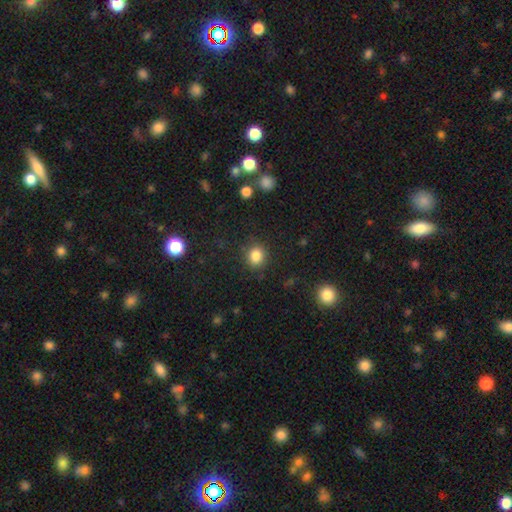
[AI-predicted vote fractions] Smooth or featured: smooth — 84% (star or artifact — 11%)
How rounded: round — 79% (in between — 20%)
Merging: none — 87% (minor disturbance — 9%)